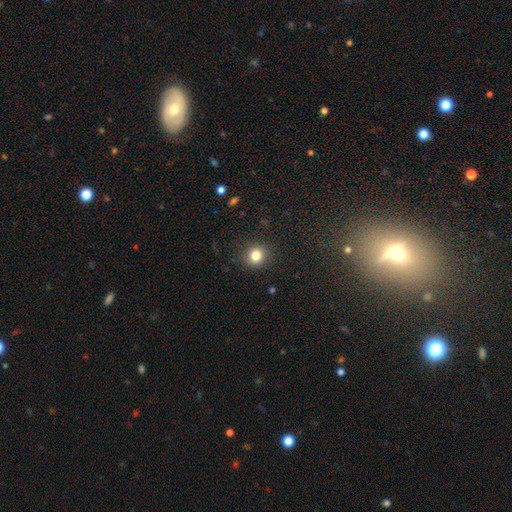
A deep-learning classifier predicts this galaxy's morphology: smooth_or_featured: smooth (p=0.82) [alt: star or artifact p=0.12]
how_rounded: round (p=0.88) [alt: in between p=0.11]
merging: none (p=0.89) [alt: minor disturbance p=0.07]